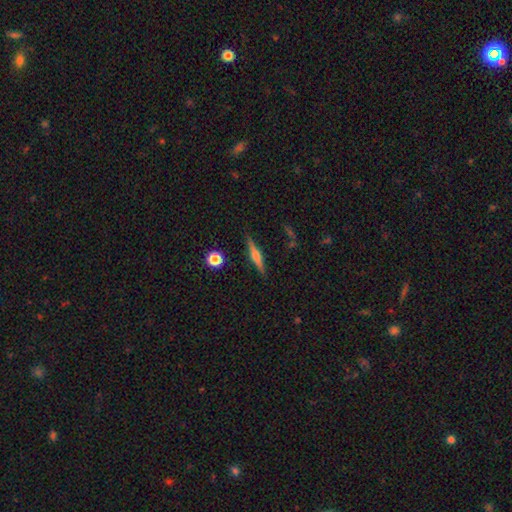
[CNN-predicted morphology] type=featured or disk (63%); edge-on=yes (97%); edge-on bulge=rounded (84%); merging=none (88%).